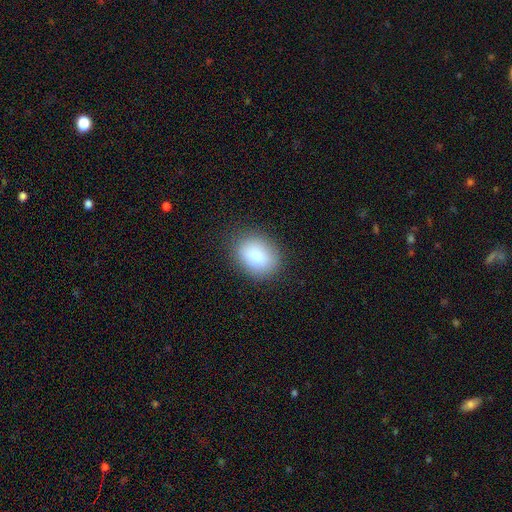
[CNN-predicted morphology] Smooth or featured? smooth (86%)
How rounded? in between (64%)
Merging? none (85%)